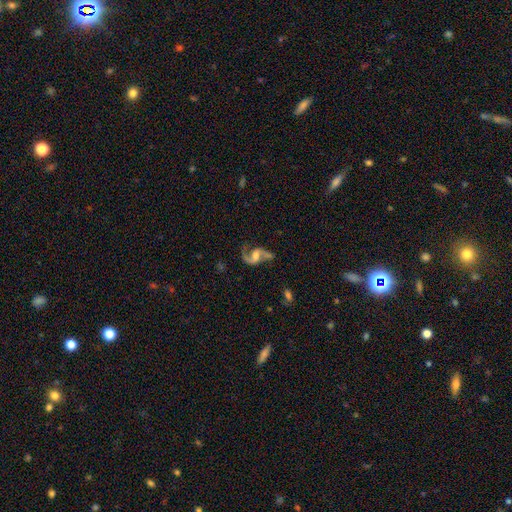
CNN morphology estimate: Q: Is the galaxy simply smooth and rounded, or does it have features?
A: featured or disk — 89%.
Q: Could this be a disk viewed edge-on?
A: no — 98%.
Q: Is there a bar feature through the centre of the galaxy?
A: weak — 48%.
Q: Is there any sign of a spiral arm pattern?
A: yes — 96%.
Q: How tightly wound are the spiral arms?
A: loose — 60%.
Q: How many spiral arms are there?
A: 2 — 90%.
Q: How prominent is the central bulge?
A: moderate — 48%.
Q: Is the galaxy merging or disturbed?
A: none — 64%.